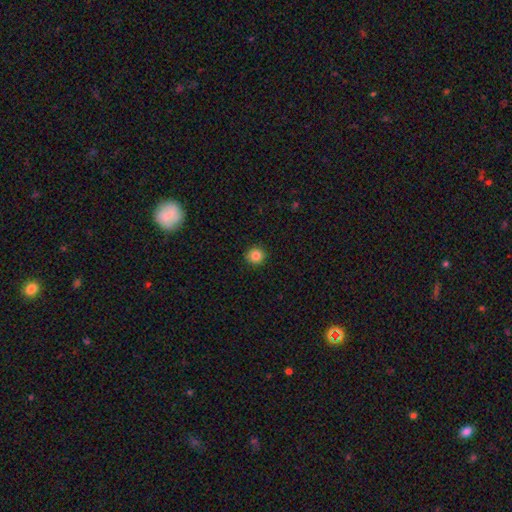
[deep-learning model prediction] Overall: smooth (86%). How rounded: round (94%). Merging: none (92%).